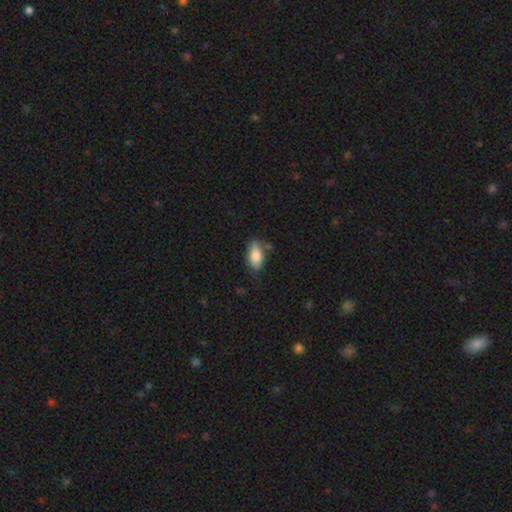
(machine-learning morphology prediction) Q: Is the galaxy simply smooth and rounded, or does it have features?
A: smooth — 82%.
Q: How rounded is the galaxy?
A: in between — 90%.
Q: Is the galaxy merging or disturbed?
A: none — 64%.